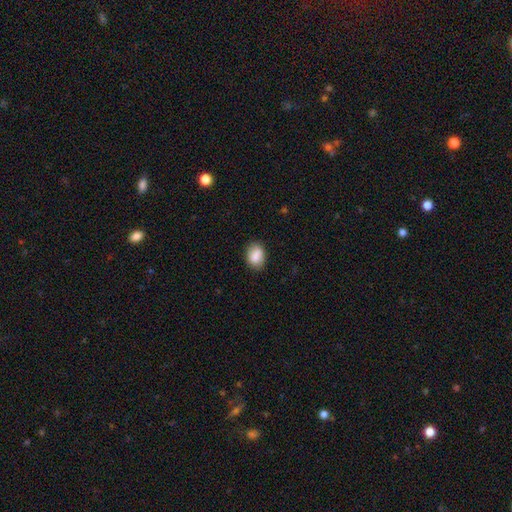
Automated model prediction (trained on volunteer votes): Morphology: type=smooth (84%); roundness=in between (75%); merging=none (80%).